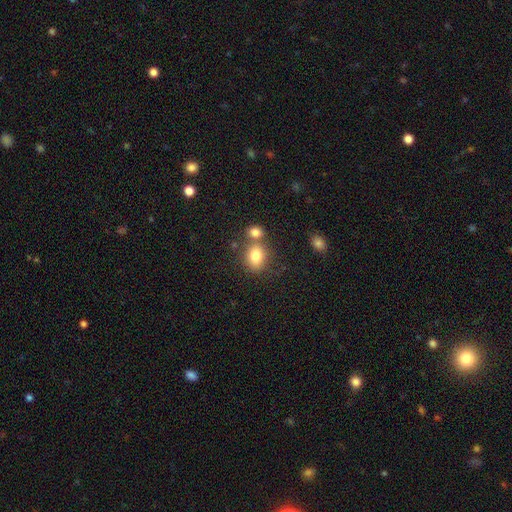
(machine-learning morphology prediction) Overall: smooth (82%). How rounded: in between (58%; round 41%). Merging: none (55%; merger 30%).